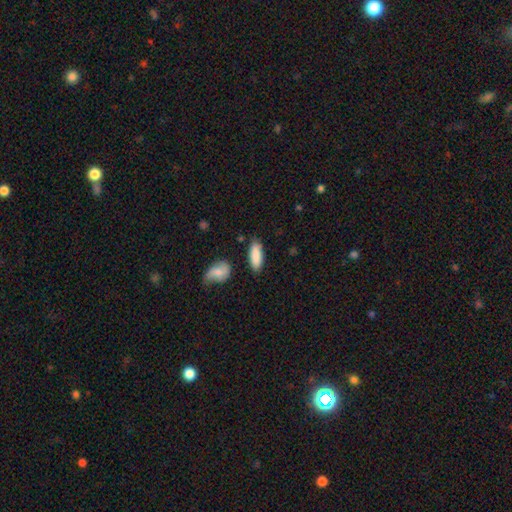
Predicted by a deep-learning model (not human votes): The model was most divided on "how rounded": in between: 68%, cigar-shaped: 30%, round: 2%. More confident: smooth or featured — smooth (87%); merging — none (81%).